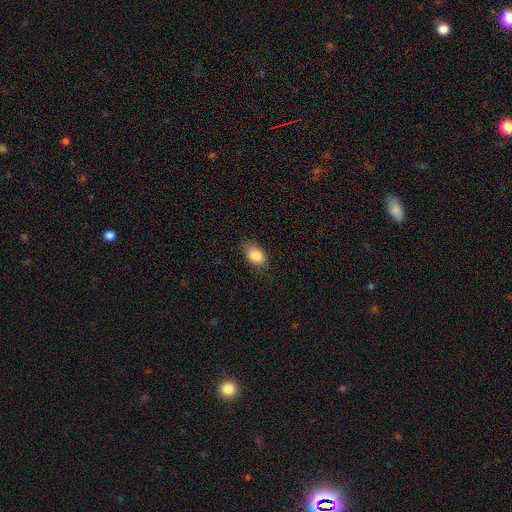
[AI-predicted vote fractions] A smooth galaxy with no disk features (86%) that is in between round and cigar-shaped (84%). Merging: none (77%).